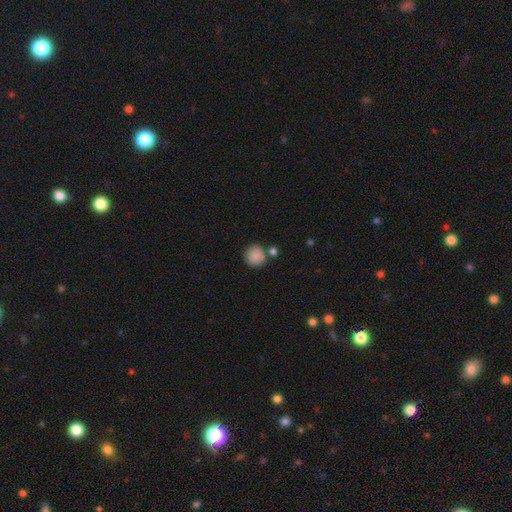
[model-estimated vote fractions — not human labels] The model was most divided on "merging": none: 73%, merger: 14%, minor disturbance: 10%, major disturbance: 3%. More confident: how rounded — round (94%); smooth or featured — smooth (87%).